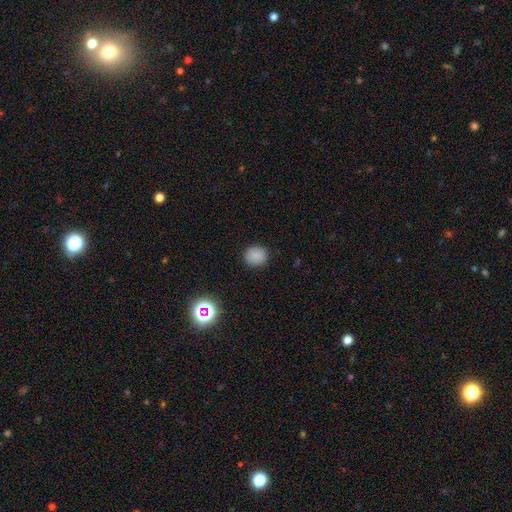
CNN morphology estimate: Smooth or featured? Predicted: smooth (p=0.84). How rounded? Predicted: round (p=0.81). Merging? Predicted: none (p=0.89).